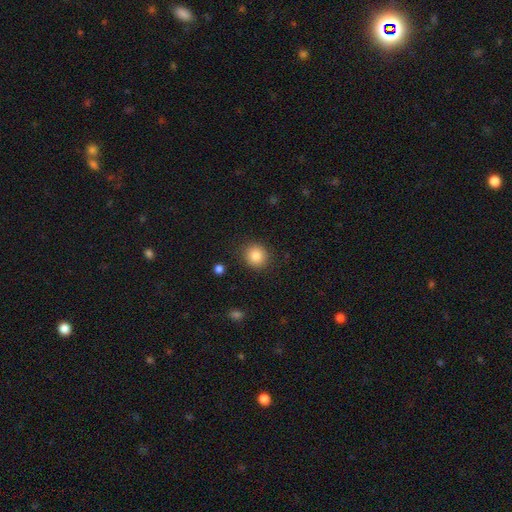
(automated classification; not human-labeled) The model was most divided on "how rounded": round: 87%, in between: 12%, cigar-shaped: 1%. More confident: merging — none (88%); smooth or featured — smooth (85%).